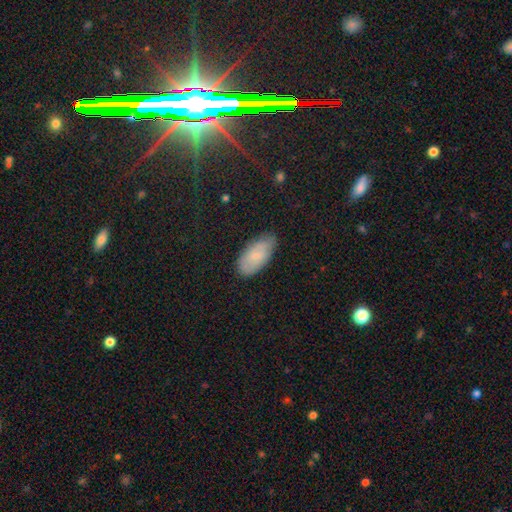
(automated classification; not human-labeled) Q: Smooth or featured?
A: smooth (74%); runner-up: featured or disk (18%)
Q: How rounded?
A: in between (92%); runner-up: cigar-shaped (6%)
Q: Merging?
A: none (74%); runner-up: minor disturbance (21%)